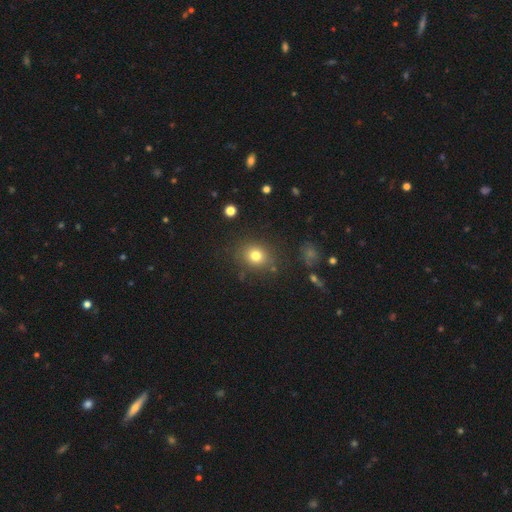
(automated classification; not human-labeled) A smooth galaxy with no disk features (77%) that is round (68%). Merging: none (83%).